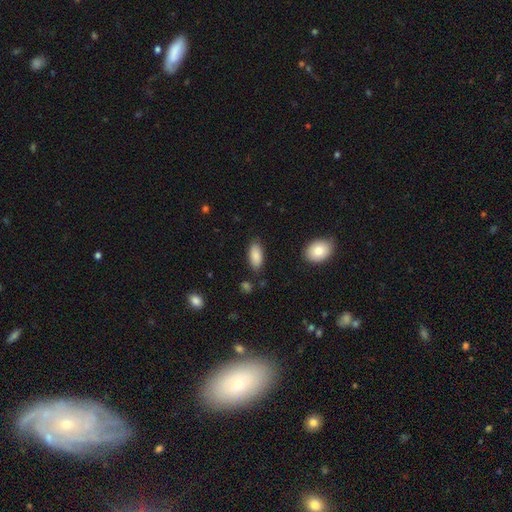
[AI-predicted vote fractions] A smooth galaxy with no disk features (87%) that is in between round and cigar-shaped (89%). Merging: none (81%).